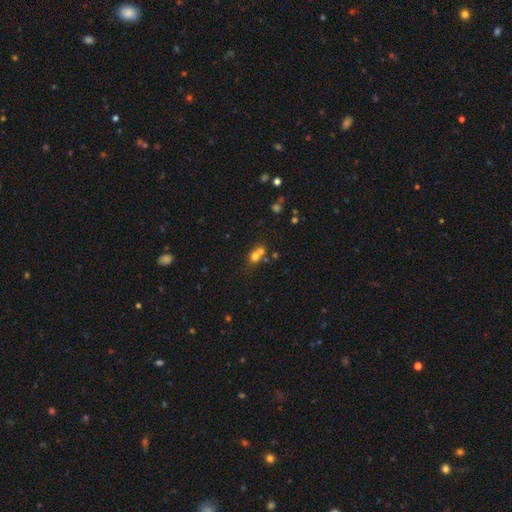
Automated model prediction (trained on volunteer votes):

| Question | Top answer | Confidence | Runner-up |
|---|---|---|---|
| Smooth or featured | smooth | 68% | star or artifact (16%) |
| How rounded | round | 75% | in between (24%) |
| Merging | merger | 54% | none (36%) |